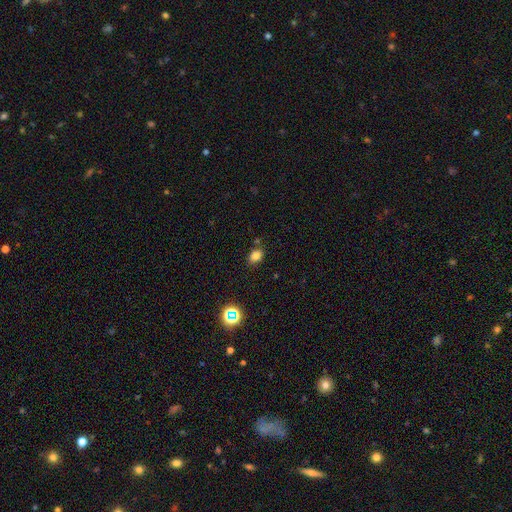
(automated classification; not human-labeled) Morphology: type=smooth (79%); roundness=in between (71%); merging=none (79%).